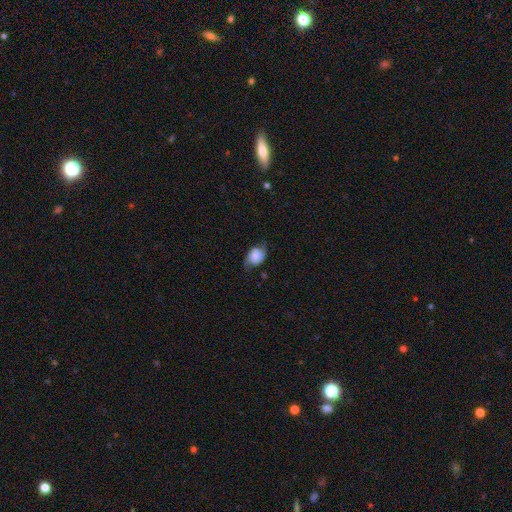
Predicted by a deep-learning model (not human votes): smooth_or_featured: smooth (p=0.50) [alt: featured or disk p=0.40]
merging: none (p=0.60) [alt: minor disturbance p=0.27]